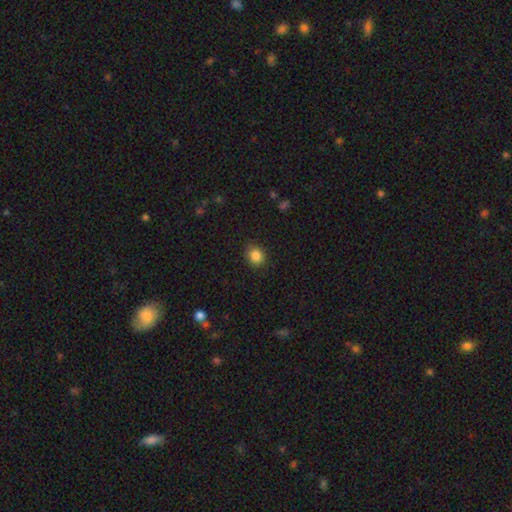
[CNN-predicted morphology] Smooth or featured: smooth — 85% (star or artifact — 10%)
How rounded: round — 66% (in between — 33%)
Merging: none — 86% (minor disturbance — 10%)